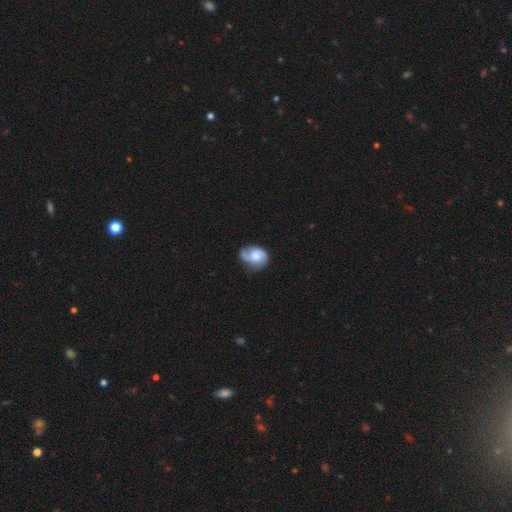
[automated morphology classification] Smooth or featured: featured or disk — 60% (smooth — 33%)
Edge-on disk: no — 97% (yes — 3%)
Bar: no — 69% (weak — 27%)
Spiral arms: yes — 90% (no — 10%)
Spiral winding: medium — 41% (loose — 30%)
Spiral arm count: 2 — 57% (1 — 27%)
Bulge size: moderate — 40% (small — 23%)
Merging: none — 53% (minor disturbance — 29%)